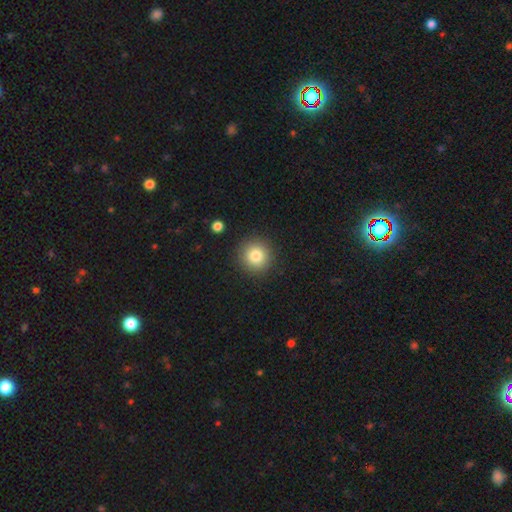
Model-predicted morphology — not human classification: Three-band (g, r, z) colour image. It shows a smooth galaxy with no disk features (81%) that is round (94%). Merging: none (90%).